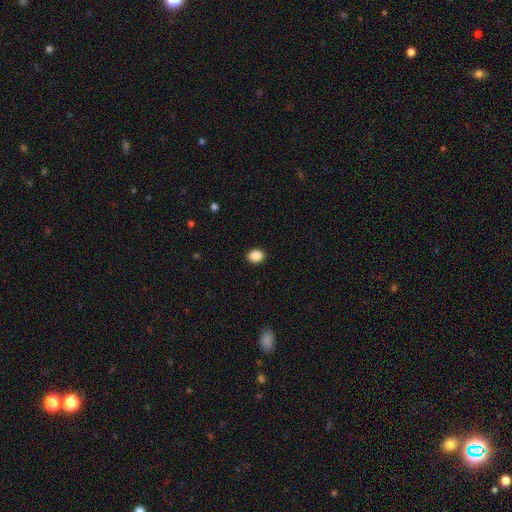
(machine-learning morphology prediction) Smooth or featured? Predicted: smooth (p=0.89). How rounded? Predicted: in between (p=0.51). Merging? Predicted: none (p=0.91).